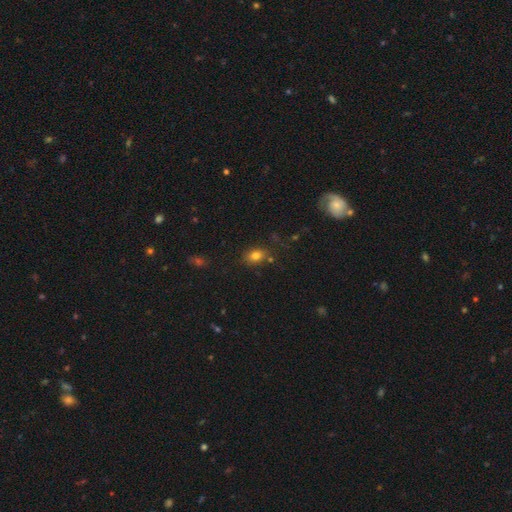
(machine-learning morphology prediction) A smooth galaxy with no disk features (79%) that is in between round and cigar-shaped (69%). Merging: none (76%).